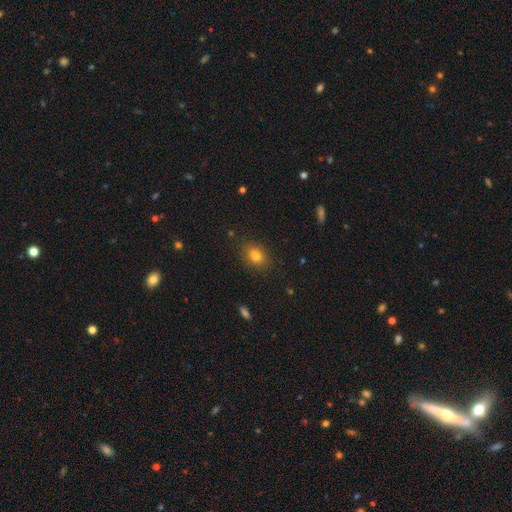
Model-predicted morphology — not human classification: A smooth galaxy with no disk features (80%) that is in between round and cigar-shaped (67%).

Vote fractions:
- Smooth or featured? smooth: 80% / star or artifact: 11% / featured or disk: 9%
- How rounded? in between: 67% / round: 32% / cigar-shaped: 1%
- Merging? none: 86% / minor disturbance: 10% / major disturbance: 3% / merger: 1%